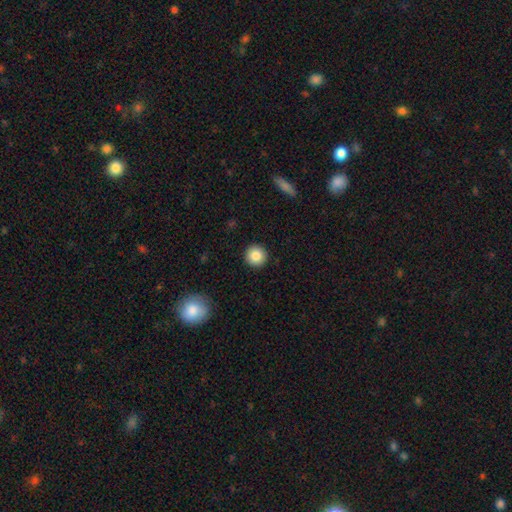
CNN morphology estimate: The model was most divided on "smooth or featured": smooth: 86%, star or artifact: 9%, featured or disk: 5%. More confident: how rounded — round (96%); merging — none (93%).